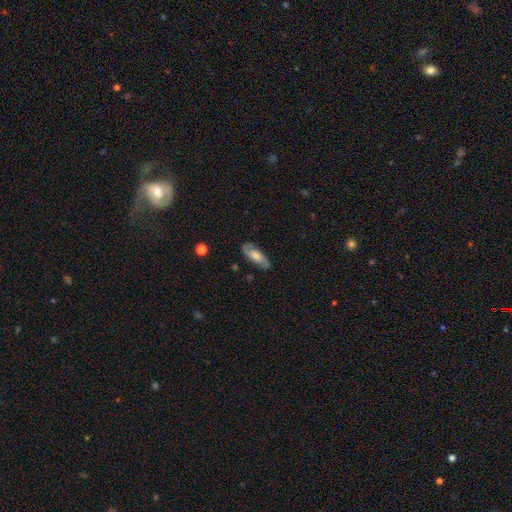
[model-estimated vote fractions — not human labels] A featured or disk galaxy (55%). Merging: none (80%).